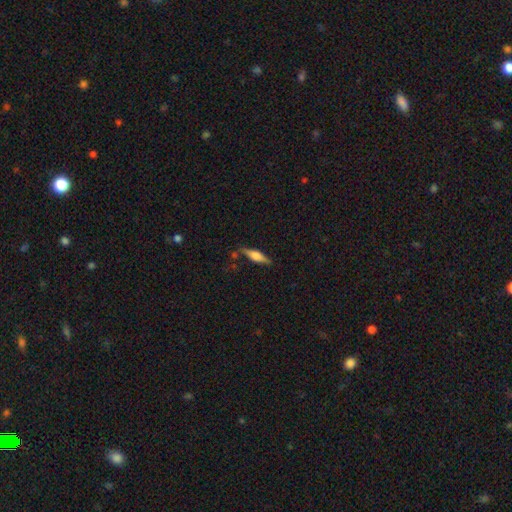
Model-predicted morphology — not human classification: featured or disk 51%, smooth 42%, star or artifact 7%. Down the decision tree: edge-on disk — yes (94%); merging — none (78%).